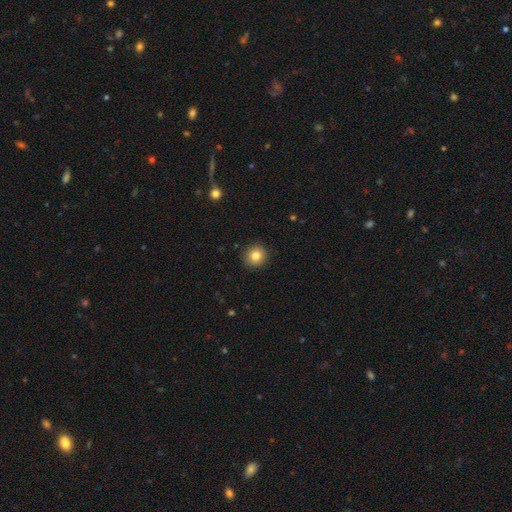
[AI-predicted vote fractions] This is clearly a smooth galaxy (83%). How rounded: clearly round (92%). Merging: clearly none (91%).